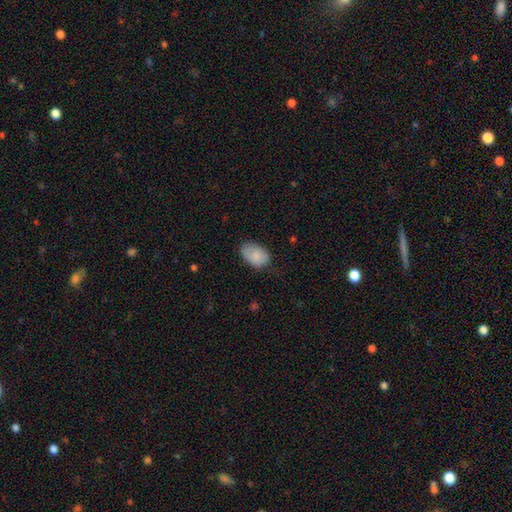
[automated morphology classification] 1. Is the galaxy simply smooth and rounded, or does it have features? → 84% smooth, 9% featured or disk, 7% star or artifact.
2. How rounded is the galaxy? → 88% in between, 11% round, 1% cigar-shaped.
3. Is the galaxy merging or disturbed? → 64% none, 29% minor disturbance, 6% major disturbance, 1% merger.